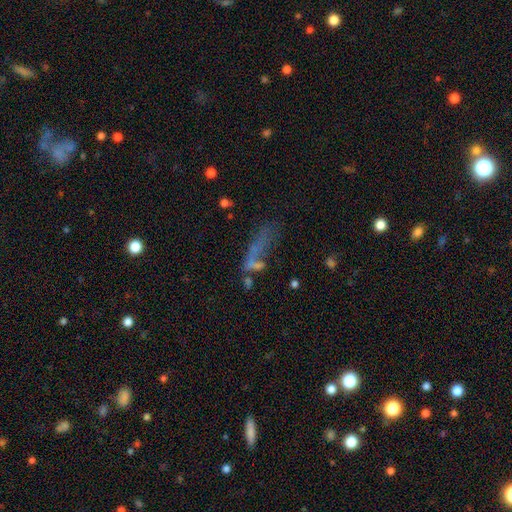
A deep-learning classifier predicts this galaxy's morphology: type=smooth (43%); merging=none (38%).